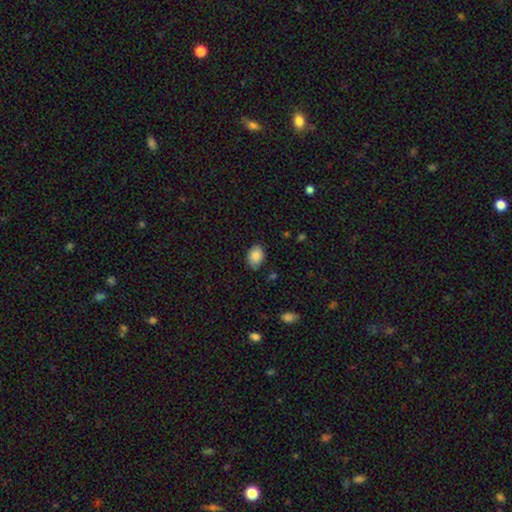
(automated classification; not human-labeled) Overall: smooth (87%). How rounded: in between (72%). Merging: none (76%).